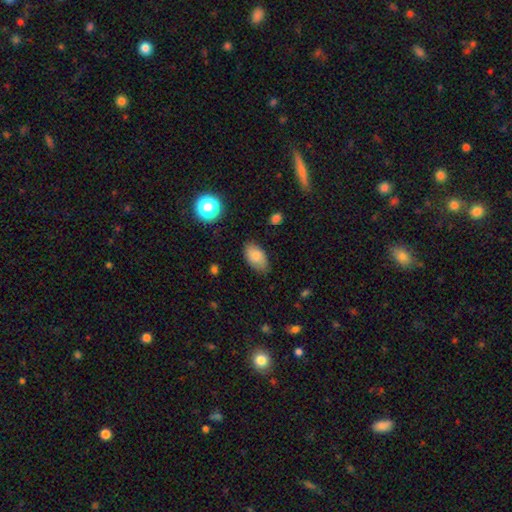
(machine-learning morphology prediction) Smooth or featured: smooth — 83% (featured or disk — 9%)
How rounded: in between — 93% (round — 6%)
Merging: none — 78% (minor disturbance — 17%)